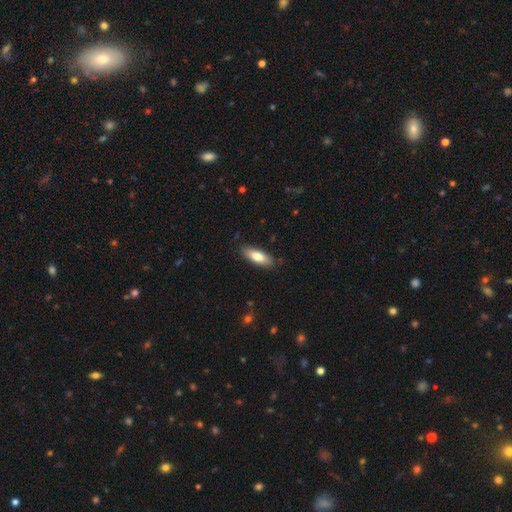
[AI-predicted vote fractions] This is likely a smooth galaxy (78%). How rounded: likely in between (66%). Merging: clearly none (86%).